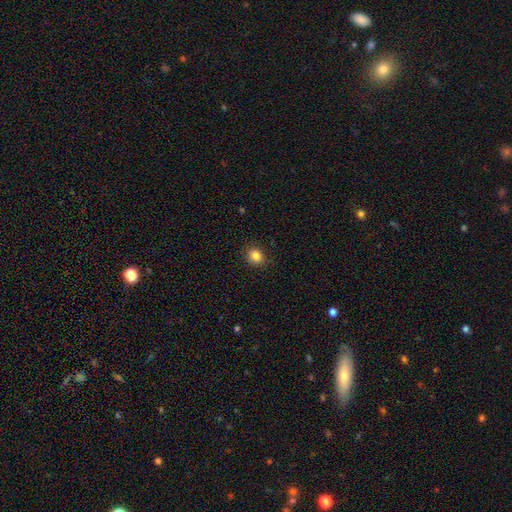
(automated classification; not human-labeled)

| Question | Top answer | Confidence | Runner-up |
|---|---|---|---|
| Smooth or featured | smooth | 84% | star or artifact (11%) |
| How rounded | round | 69% | in between (30%) |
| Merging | none | 87% | minor disturbance (9%) |